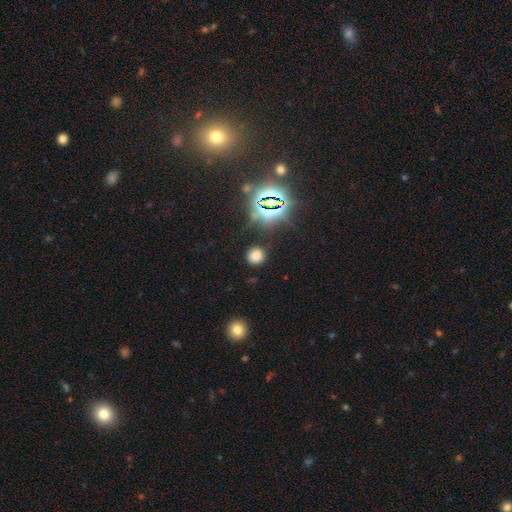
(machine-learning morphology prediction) Overall: smooth (69%). How rounded: round (85%). Merging: none (85%).